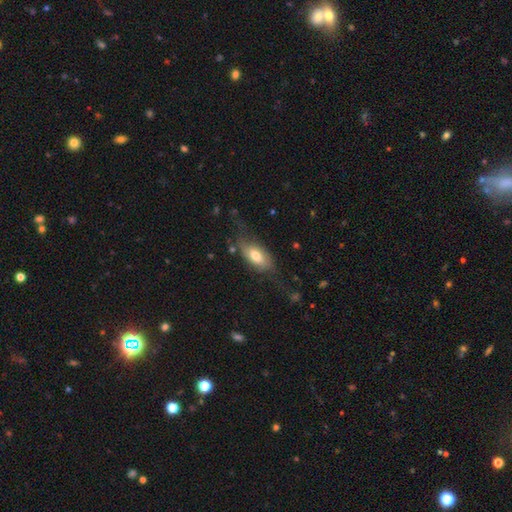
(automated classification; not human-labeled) Smooth or featured?
  - smooth: 60% *
  - featured or disk: 33%
  - star or artifact: 7%
How rounded?
  - in between: 85% *
  - cigar-shaped: 11%
  - round: 4%
Merging?
  - none: 50% *
  - minor disturbance: 26%
  - major disturbance: 21%
  - merger: 3%